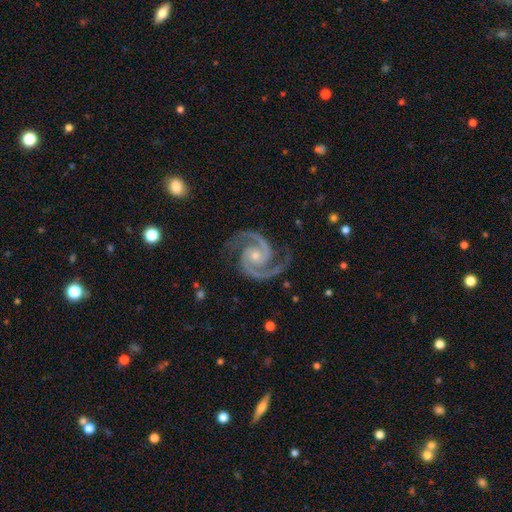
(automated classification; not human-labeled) A featured or disk galaxy (95%) with no bar (66%), 2 (94%) medium (57%) spiral arms (99%) and a small central bulge (61%).

Vote fractions:
- Smooth or featured? featured or disk: 95% / star or artifact: 4% / smooth: 2%
- Edge-on disk? no: 98% / yes: 2%
- Bar? no: 66% / weak: 25% / strong: 9%
- Spiral arms? yes: 99% / no: 1%
- Spiral winding? medium: 57% / tight: 38% / loose: 6%
- Spiral arm count? 2: 94% / 3: 2% / can't tell: 1% / 1: 1% / 4: 1% / more than 4: 1%
- Bulge size? small: 61% / moderate: 34% / none: 3% / large: 1% / dominant: 1%
- Merging? none: 83% / minor disturbance: 12% / major disturbance: 4% / merger: 1%